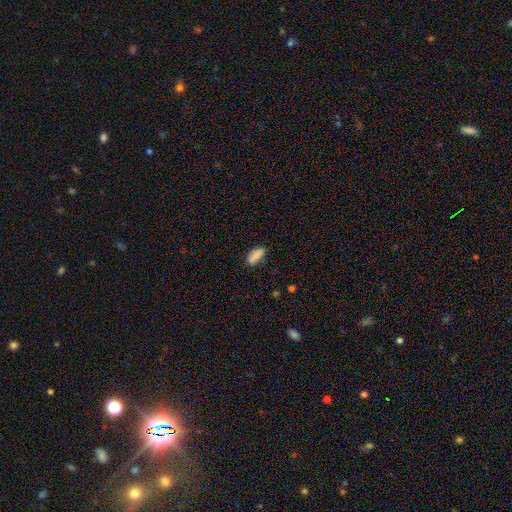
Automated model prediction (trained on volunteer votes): A smooth galaxy with no disk features (79%) that is in between round and cigar-shaped (82%).

Vote fractions:
- Smooth or featured? smooth: 79% / featured or disk: 13% / star or artifact: 8%
- How rounded? in between: 82% / cigar-shaped: 15% / round: 3%
- Merging? none: 77% / minor disturbance: 17% / major disturbance: 3% / merger: 2%